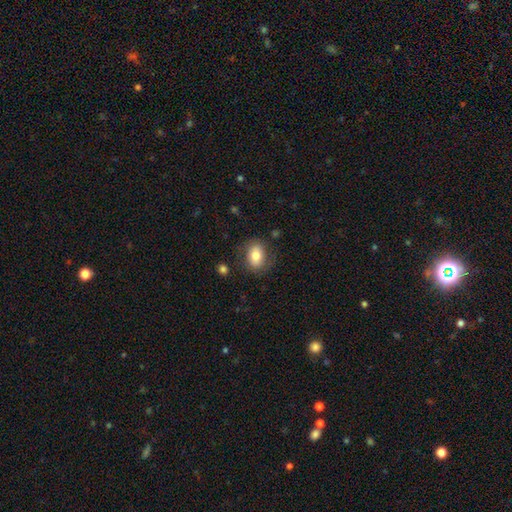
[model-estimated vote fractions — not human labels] This appears to be a smooth galaxy with no disk features (78%) that is in between round and cigar-shaped (73%). Merging: none (78%).